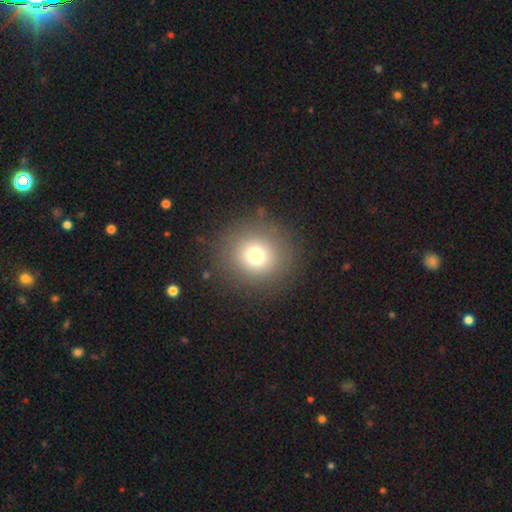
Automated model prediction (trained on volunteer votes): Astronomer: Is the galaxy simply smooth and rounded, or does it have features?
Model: smooth — 73%.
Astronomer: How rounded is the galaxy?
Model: round — 91%.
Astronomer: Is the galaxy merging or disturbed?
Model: none — 87%.